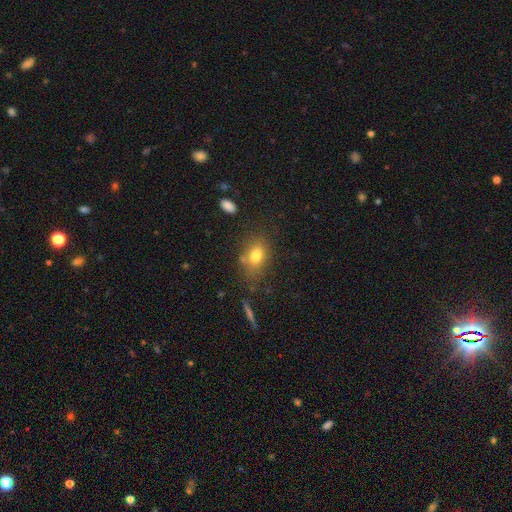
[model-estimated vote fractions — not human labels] This appears to be a smooth galaxy with no disk features (77%) that is in between round and cigar-shaped (79%). Merging: none (70%).